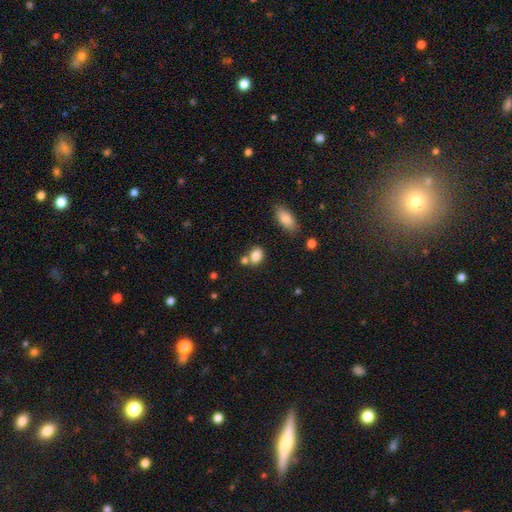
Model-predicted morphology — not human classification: type=smooth (84%); roundness=in between (63%); merging=none (59%).